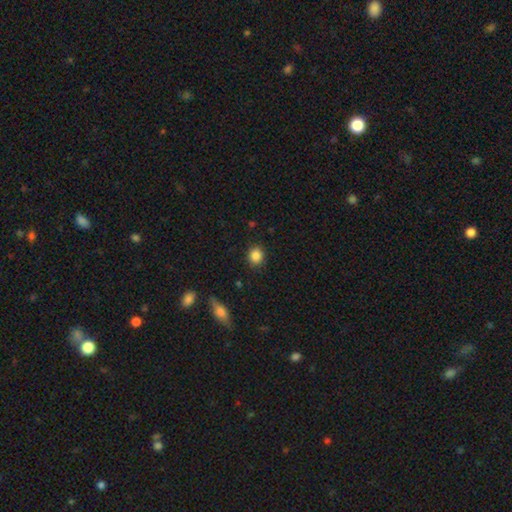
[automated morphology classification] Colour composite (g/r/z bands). It shows a smooth galaxy with no disk features (86%) that is round (80%). Merging: none (89%).